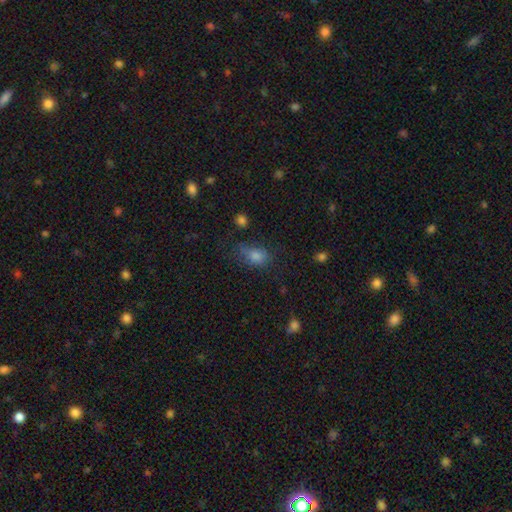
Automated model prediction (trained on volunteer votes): smooth_or_featured: smooth (p=0.75) [alt: star or artifact p=0.16]
how_rounded: in between (p=0.70) [alt: round p=0.27]
merging: none (p=0.52) [alt: minor disturbance p=0.30]